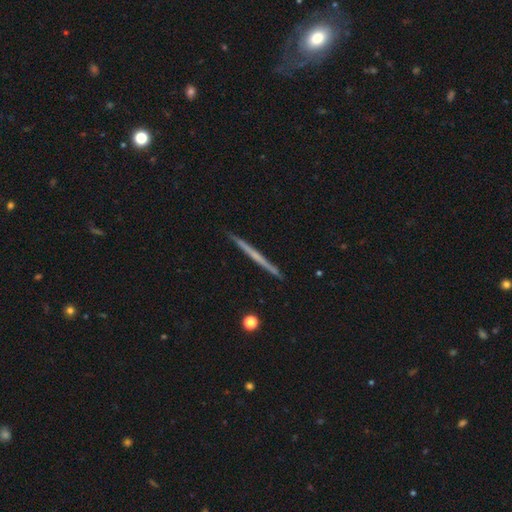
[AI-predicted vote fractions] Smooth or featured?
  - featured or disk: 57% *
  - smooth: 37%
  - star or artifact: 6%
Edge-on disk?
  - yes: 98% *
  - no: 2%
Edge-on bulge?
  - none: 88% *
  - rounded: 9%
  - boxy: 3%
Merging?
  - none: 92% *
  - minor disturbance: 6%
  - merger: 1%
  - major disturbance: 1%